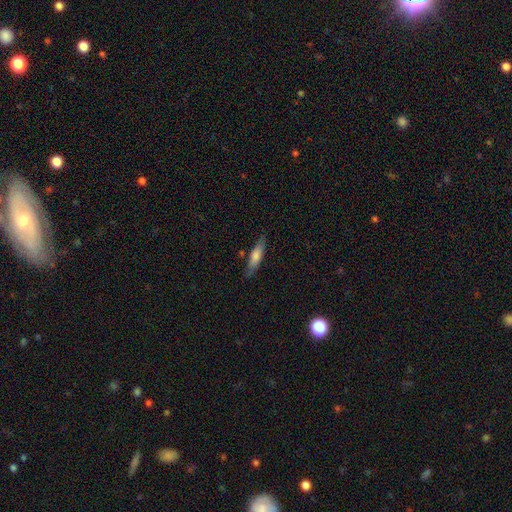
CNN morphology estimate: Smooth or featured? Predicted: smooth (p=0.62). How rounded? Predicted: cigar-shaped (p=0.78). Merging? Predicted: none (p=0.82).